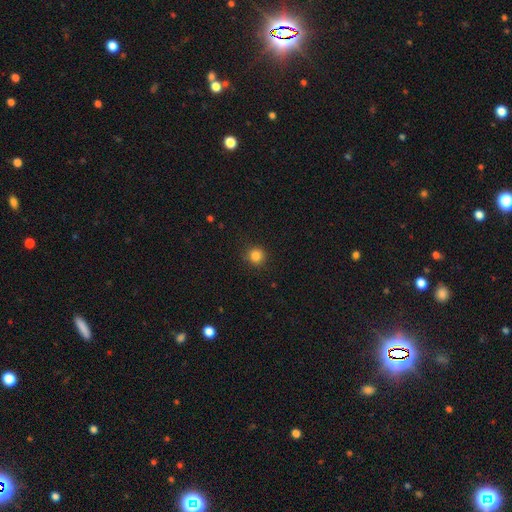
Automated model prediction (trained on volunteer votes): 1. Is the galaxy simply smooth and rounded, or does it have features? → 84% smooth, 12% star or artifact, 4% featured or disk.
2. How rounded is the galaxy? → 93% round, 6% in between, 1% cigar-shaped.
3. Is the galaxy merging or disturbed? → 89% none, 7% minor disturbance, 2% major disturbance, 1% merger.